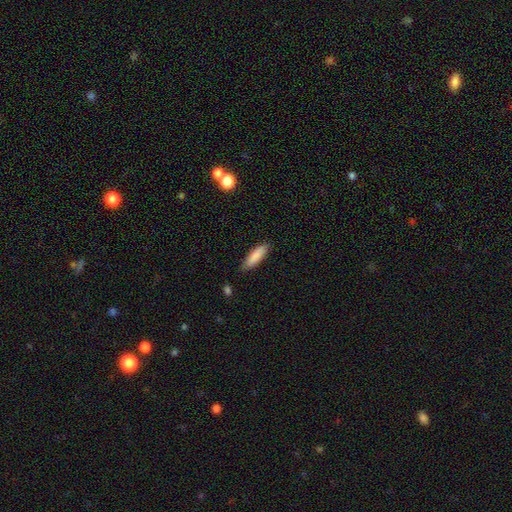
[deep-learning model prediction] Smooth or featured? Predicted: smooth (p=0.86). How rounded? Predicted: cigar-shaped (p=0.62). Merging? Predicted: none (p=0.85).